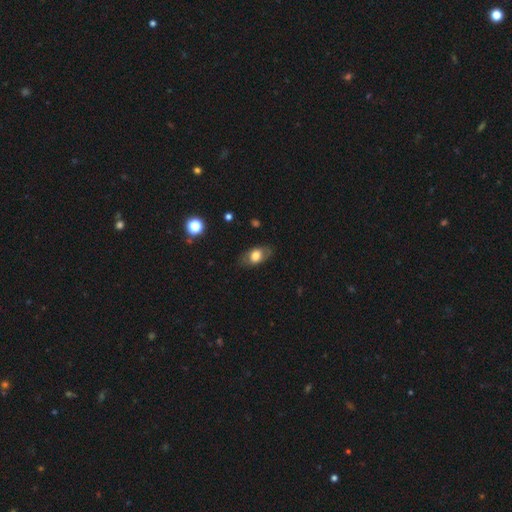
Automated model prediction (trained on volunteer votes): This is likely a smooth galaxy (68%). How rounded: clearly in between (84%). Merging: likely none (77%).